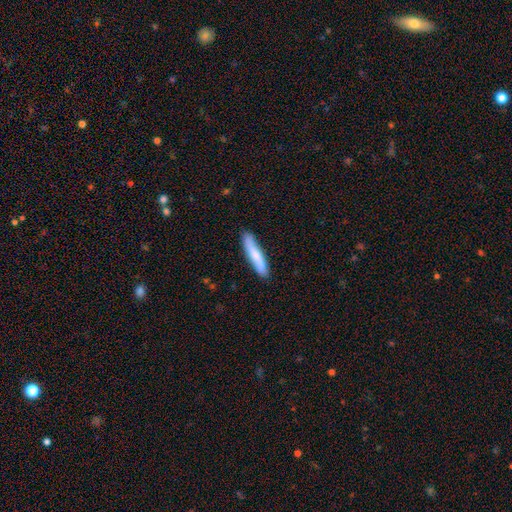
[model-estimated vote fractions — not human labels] smooth-or-featured: smooth: 73% | featured or disk: 22% | star or artifact: 5%
  how-rounded: cigar-shaped: 89% | in between: 10% | round: 1%
  merging: none: 85% | minor disturbance: 11% | major disturbance: 2% | merger: 1%